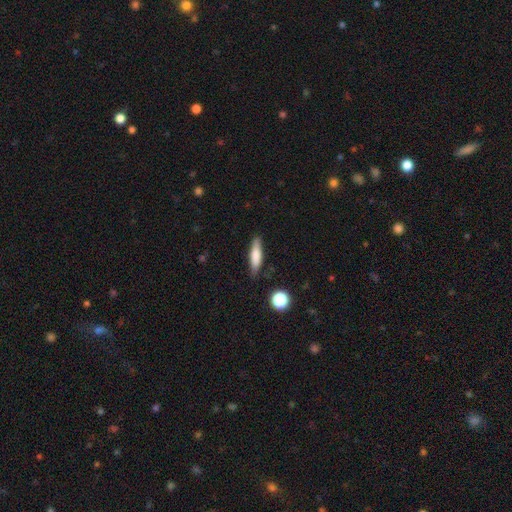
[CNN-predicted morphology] type=smooth (72%); roundness=cigar-shaped (69%); merging=none (81%).